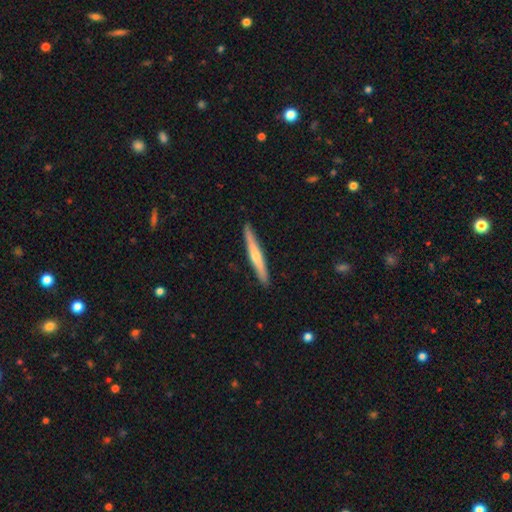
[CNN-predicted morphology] A featured or disk galaxy (52%) viewed edge-on (96%) with a rounded central bulge (69%).

Vote fractions:
- Smooth or featured? featured or disk: 52% / smooth: 42% / star or artifact: 5%
- Edge-on disk? yes: 96% / no: 4%
- Edge-on bulge? rounded: 69% / none: 26% / boxy: 5%
- Merging? none: 91% / minor disturbance: 6% / major disturbance: 1% / merger: 1%